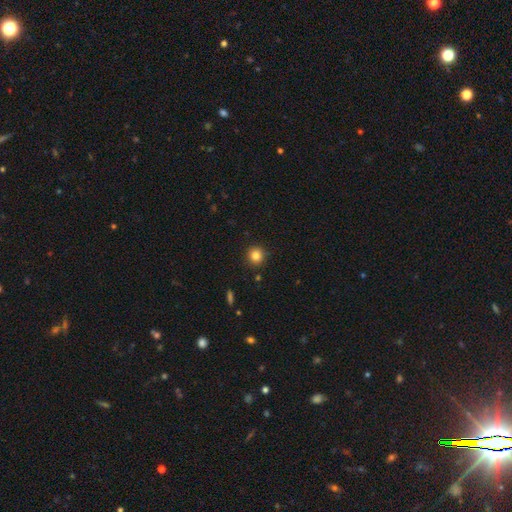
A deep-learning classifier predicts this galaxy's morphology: Smooth or featured?
  - smooth: 83% *
  - star or artifact: 11%
  - featured or disk: 6%
How rounded?
  - round: 93% *
  - in between: 6%
  - cigar-shaped: 1%
Merging?
  - none: 90% *
  - minor disturbance: 7%
  - major disturbance: 2%
  - merger: 1%